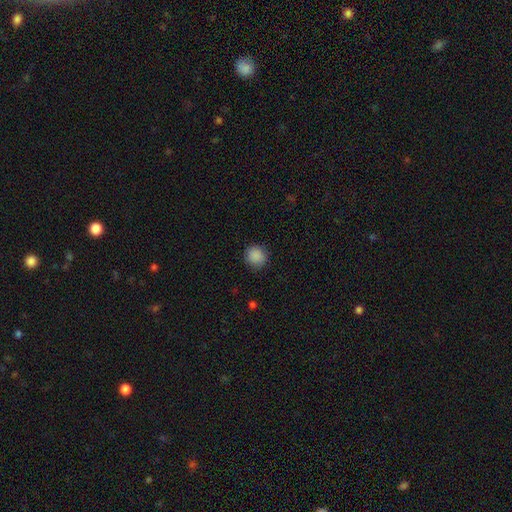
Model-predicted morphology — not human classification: Smooth or featured? smooth (88%)
How rounded? round (90%)
Merging? none (88%)